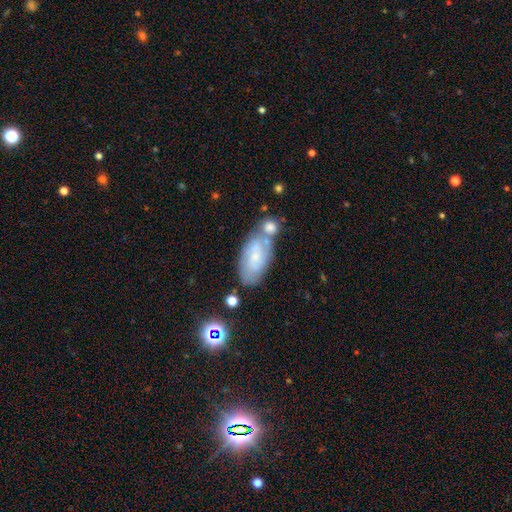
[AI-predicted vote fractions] Smooth or featured: featured or disk — 49% (smooth — 41%)
Merging: none — 50% (merger — 25%)